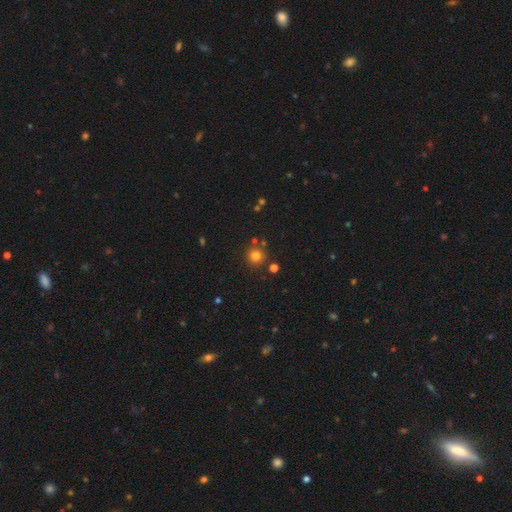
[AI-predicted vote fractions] Smooth or featured: smooth — 78% (star or artifact — 16%)
How rounded: round — 94% (in between — 5%)
Merging: none — 83% (minor disturbance — 8%)